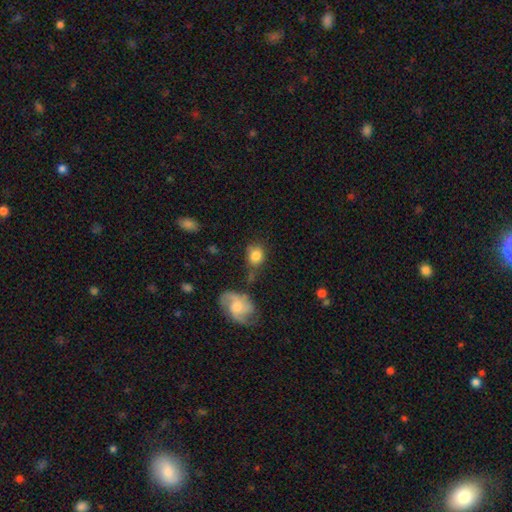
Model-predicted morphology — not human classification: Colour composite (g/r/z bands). It shows a smooth galaxy with no disk features (79%) that is round (59%). Merging: none (59%).